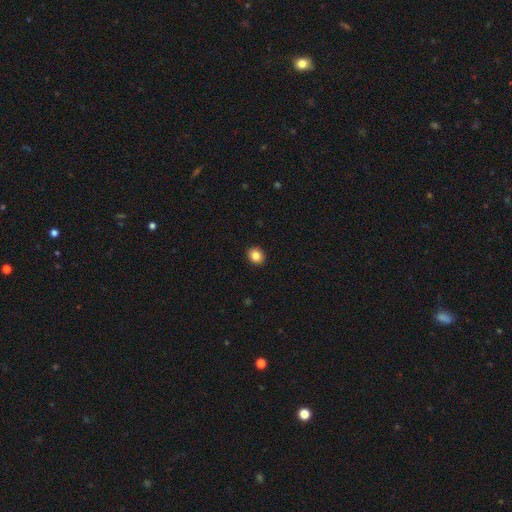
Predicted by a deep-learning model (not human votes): Q: Smooth or featured?
A: smooth (84%); runner-up: star or artifact (10%)
Q: How rounded?
A: round (69%); runner-up: in between (31%)
Q: Merging?
A: none (92%); runner-up: minor disturbance (5%)